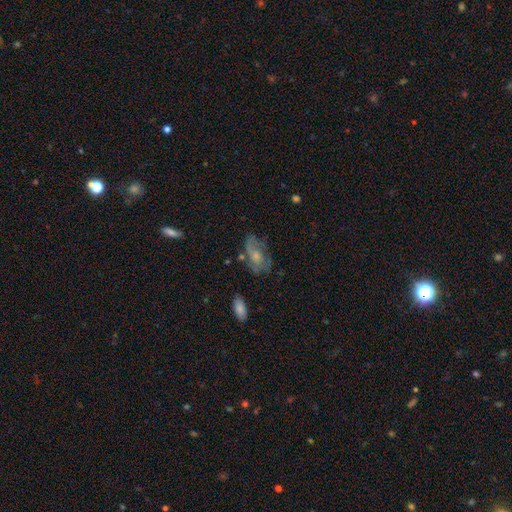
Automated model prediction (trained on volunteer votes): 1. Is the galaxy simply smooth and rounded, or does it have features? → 57% featured or disk, 34% smooth, 9% star or artifact.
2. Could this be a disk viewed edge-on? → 94% no, 6% yes.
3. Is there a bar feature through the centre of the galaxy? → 74% no, 23% weak, 3% strong.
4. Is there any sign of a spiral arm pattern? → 70% yes, 30% no.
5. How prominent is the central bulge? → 43% small (tied), 43% moderate (tied), 8% none, 4% large, 1% dominant.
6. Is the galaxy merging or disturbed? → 52% none, 26% minor disturbance, 18% major disturbance, 4% merger.